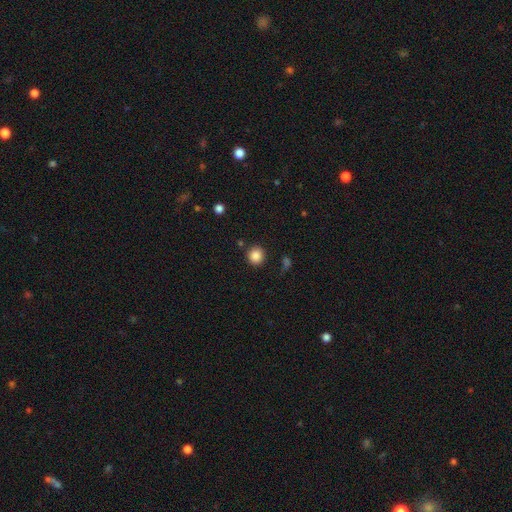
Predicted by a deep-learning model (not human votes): A smooth galaxy with no disk features (86%) that is round (92%). Merging: none (87%).